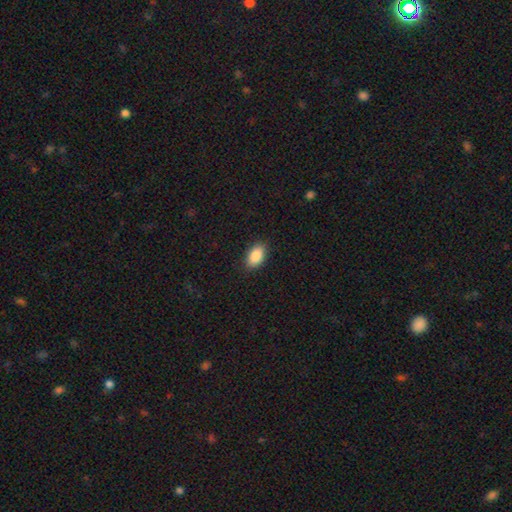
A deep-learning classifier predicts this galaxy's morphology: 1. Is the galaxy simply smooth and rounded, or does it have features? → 89% smooth, 7% star or artifact, 4% featured or disk.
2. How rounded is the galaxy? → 93% in between, 5% round, 2% cigar-shaped.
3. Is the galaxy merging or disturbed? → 88% none, 9% minor disturbance, 2% major disturbance, 1% merger.